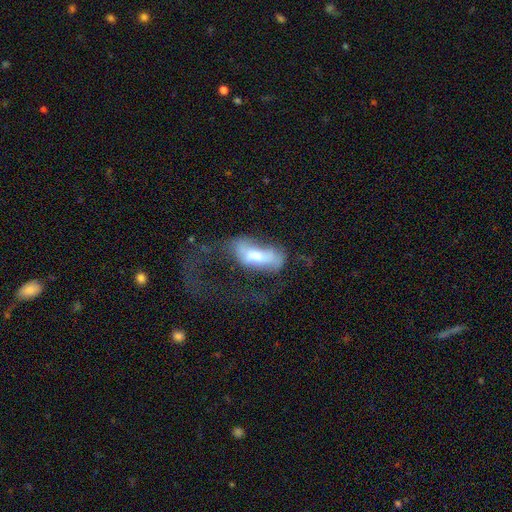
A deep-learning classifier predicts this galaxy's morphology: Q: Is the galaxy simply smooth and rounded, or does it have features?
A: smooth — 51%.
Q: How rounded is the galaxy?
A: in between — 79%.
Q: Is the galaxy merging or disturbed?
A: major disturbance — 57%.